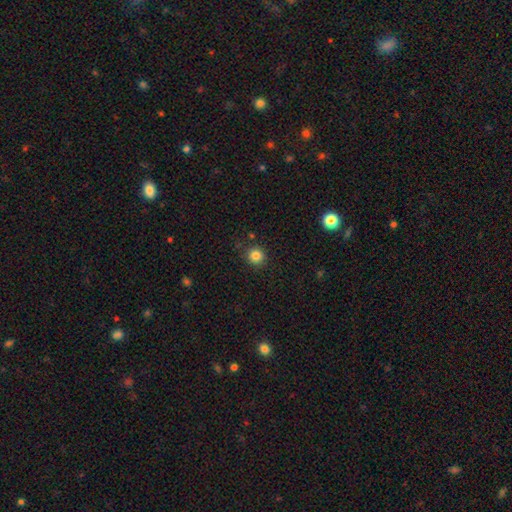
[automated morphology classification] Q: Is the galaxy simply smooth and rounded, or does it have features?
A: smooth — 83%.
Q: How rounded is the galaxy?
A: round — 93%.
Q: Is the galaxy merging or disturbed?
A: none — 87%.